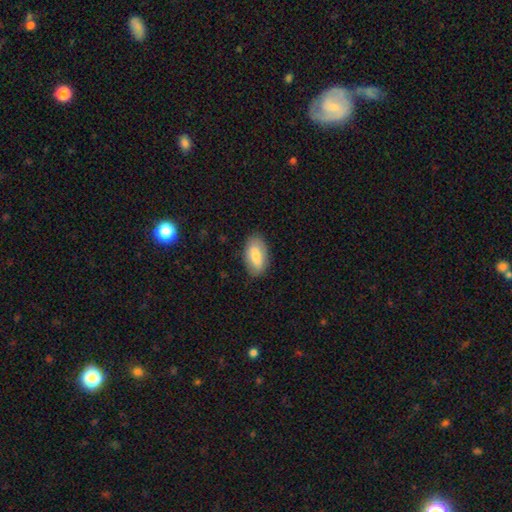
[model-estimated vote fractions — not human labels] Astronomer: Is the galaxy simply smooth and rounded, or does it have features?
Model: smooth — 80%.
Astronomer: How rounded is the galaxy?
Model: in between — 93%.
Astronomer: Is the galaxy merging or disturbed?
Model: none — 84%.